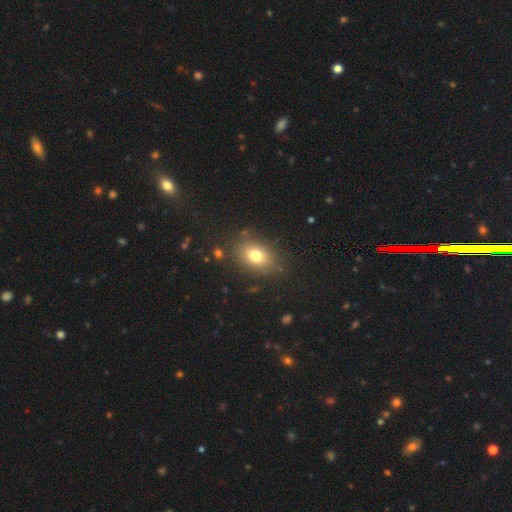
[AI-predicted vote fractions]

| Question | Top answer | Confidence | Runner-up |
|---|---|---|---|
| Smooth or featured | smooth | 77% | star or artifact (12%) |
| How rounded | in between | 71% | round (28%) |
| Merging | none | 83% | minor disturbance (11%) |